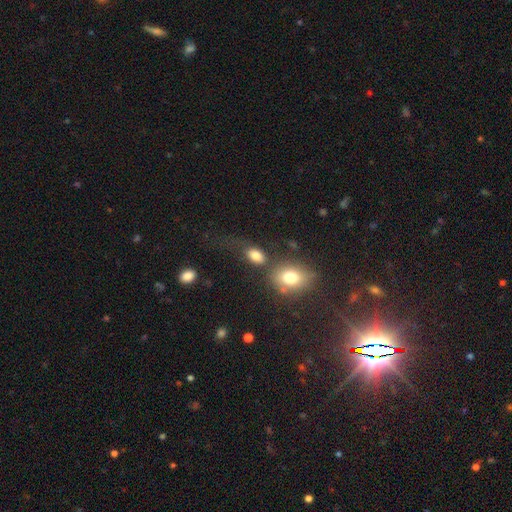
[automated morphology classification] A smooth galaxy with no disk features (81%) that is in between round and cigar-shaped (83%). Merging: none (45%).